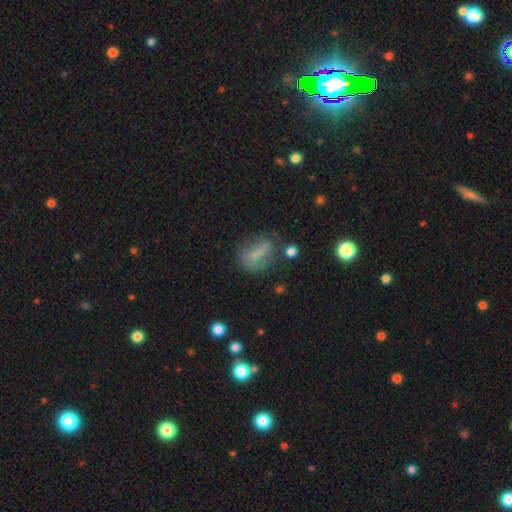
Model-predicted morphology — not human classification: Overall: smooth (62%; featured or disk 25%). How rounded: in between (62%). Merging: none (57%; minor disturbance 23%).